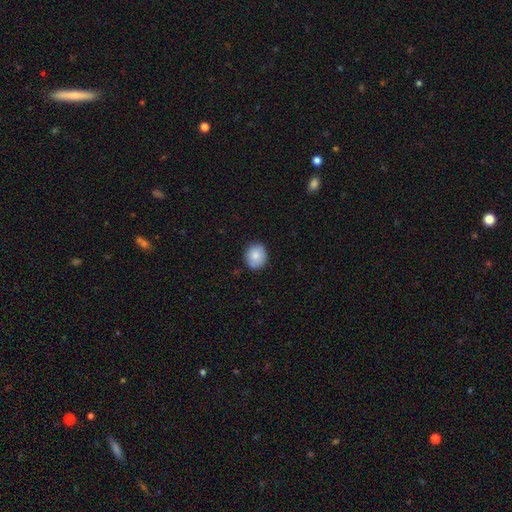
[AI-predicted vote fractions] A smooth galaxy with no disk features (84%) that is round (75%). Merging: none (86%).